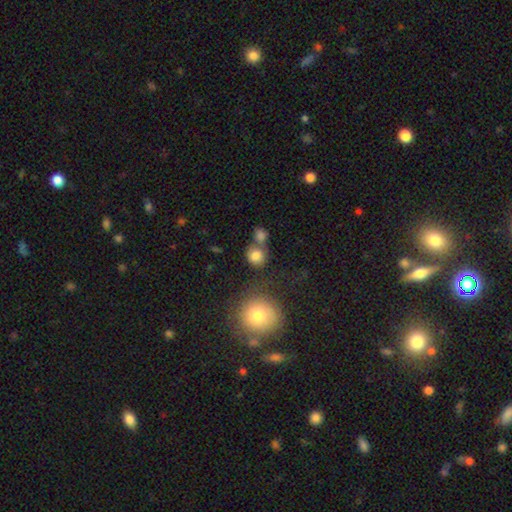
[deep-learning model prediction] smooth-or-featured: smooth: 82% | star or artifact: 10% | featured or disk: 8%
  how-rounded: round: 84% | in between: 15% | cigar-shaped: 1%
  merging: none: 55% | merger: 29% | minor disturbance: 11% | major disturbance: 5%